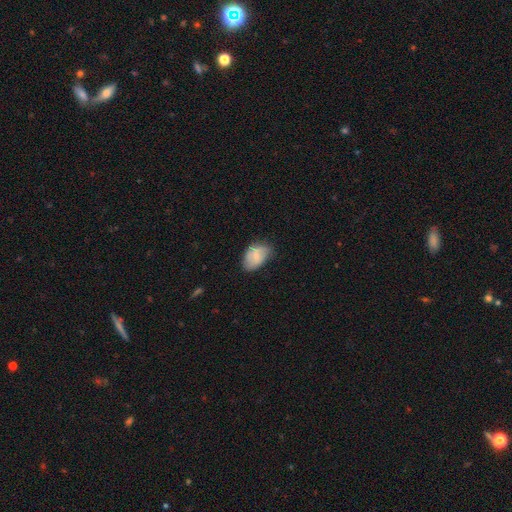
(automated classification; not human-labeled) A smooth galaxy with no disk features (69%) that is in between round and cigar-shaped (88%). Merging: none (61%).